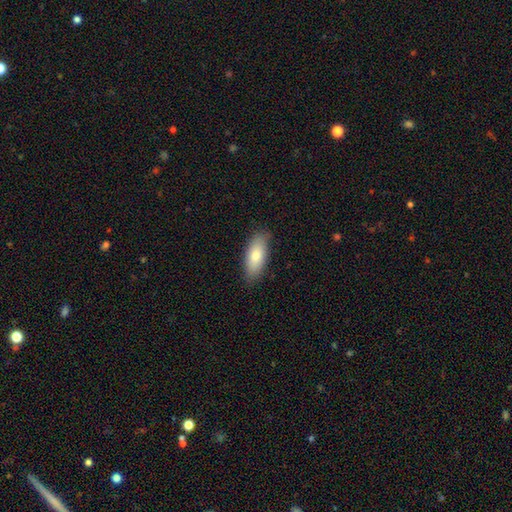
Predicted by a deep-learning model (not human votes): Smooth or featured?
  - smooth: 79% *
  - featured or disk: 15%
  - star or artifact: 6%
How rounded?
  - in between: 80% *
  - cigar-shaped: 18%
  - round: 2%
Merging?
  - none: 84% *
  - minor disturbance: 12%
  - major disturbance: 2%
  - merger: 1%